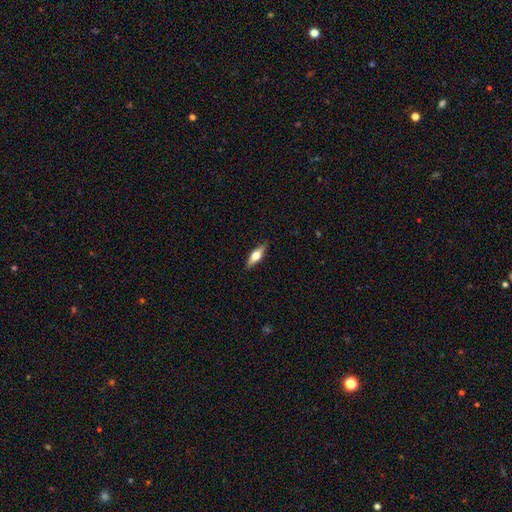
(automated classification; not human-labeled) Smooth or featured: featured or disk — 50% (smooth — 44%)
Merging: none — 88% (minor disturbance — 9%)